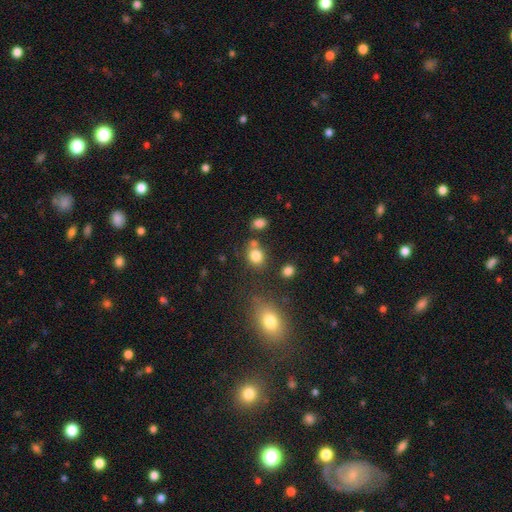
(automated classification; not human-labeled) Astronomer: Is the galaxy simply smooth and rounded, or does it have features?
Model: smooth — 81%.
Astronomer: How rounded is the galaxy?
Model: round — 57% (runner-up: in between, 42%).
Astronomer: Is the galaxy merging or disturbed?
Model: none — 62%.